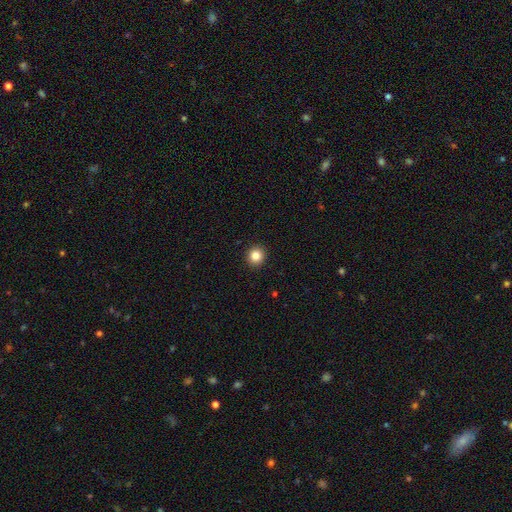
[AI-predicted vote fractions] Morphology: type=smooth (85%); roundness=round (92%); merging=none (93%).